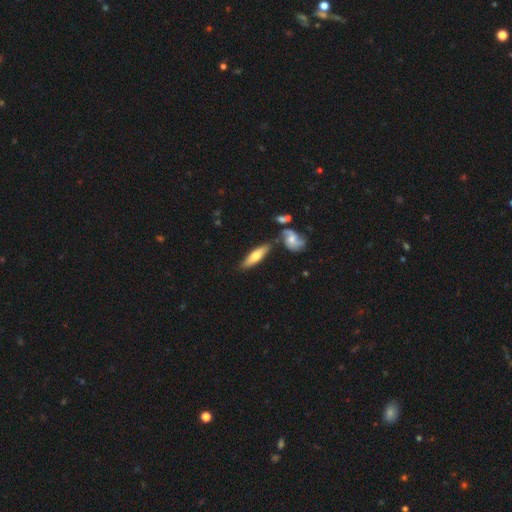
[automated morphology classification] Smooth or featured? smooth (56%)
How rounded? cigar-shaped (61%)
Merging? none (71%)